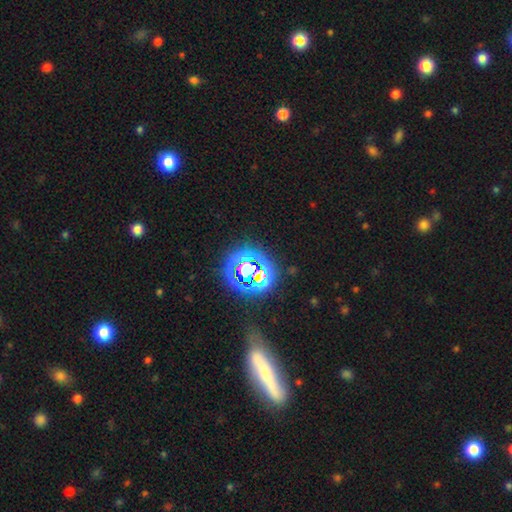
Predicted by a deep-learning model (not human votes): This appears to be a star or artifact, not a galaxy (57%).